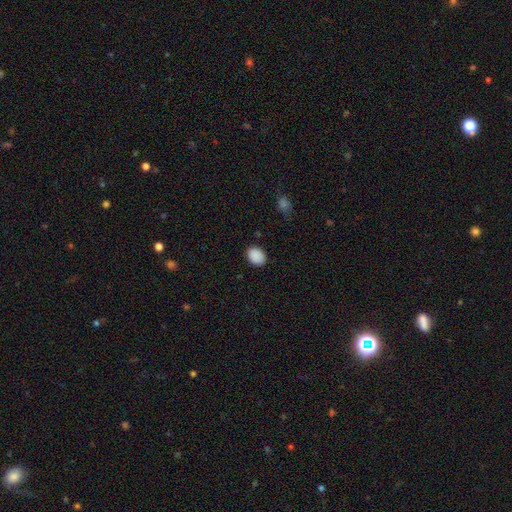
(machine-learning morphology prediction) A smooth galaxy with no disk features (89%) that is in between round and cigar-shaped (62%).

Vote fractions:
- Smooth or featured? smooth: 89% / star or artifact: 8% / featured or disk: 3%
- How rounded? in between: 62% / round: 37% / cigar-shaped: 1%
- Merging? none: 86% / minor disturbance: 10% / major disturbance: 2% / merger: 1%